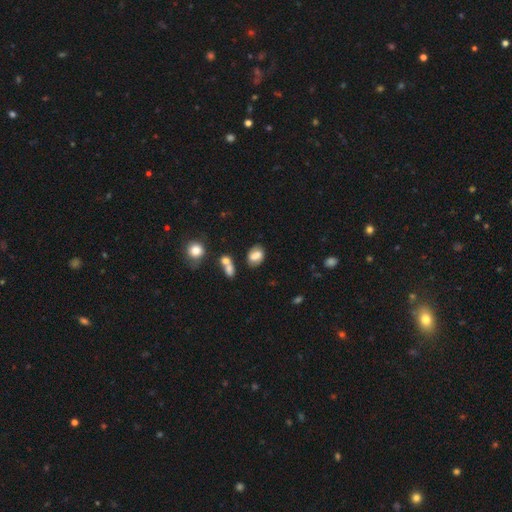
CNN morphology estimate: Q: Smooth or featured?
A: smooth (69%); runner-up: featured or disk (21%)
Q: How rounded?
A: in between (75%); runner-up: round (23%)
Q: Merging?
A: none (65%); runner-up: minor disturbance (18%)